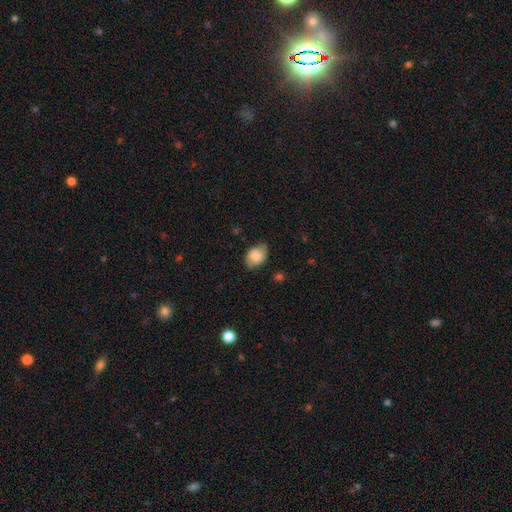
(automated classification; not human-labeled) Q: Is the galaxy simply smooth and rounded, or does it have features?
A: smooth — 77%.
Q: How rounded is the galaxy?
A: in between — 73%.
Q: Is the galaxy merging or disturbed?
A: none — 70%.